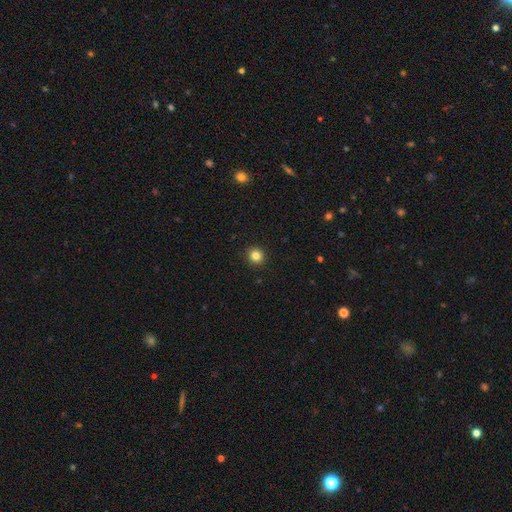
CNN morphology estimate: A smooth galaxy with no disk features (83%) that is round (88%).

Vote fractions:
- Smooth or featured? smooth: 83% / star or artifact: 12% / featured or disk: 5%
- How rounded? round: 88% / in between: 11% / cigar-shaped: 1%
- Merging? none: 92% / minor disturbance: 5% / major disturbance: 2% / merger: 1%